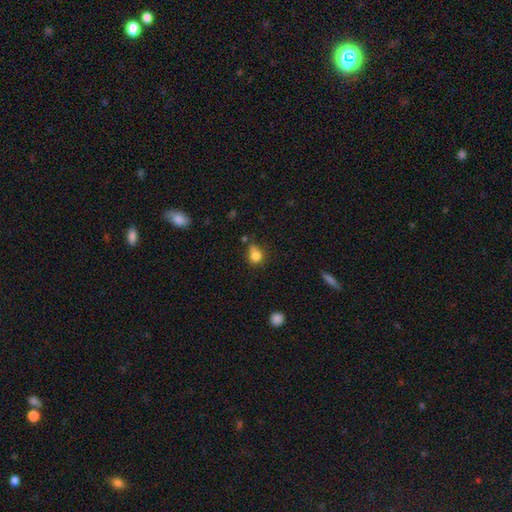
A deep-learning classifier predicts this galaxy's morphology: A smooth galaxy with no disk features (81%) that is round (71%).

Vote fractions:
- Smooth or featured? smooth: 81% / star or artifact: 12% / featured or disk: 8%
- How rounded? round: 71% / in between: 27% / cigar-shaped: 1%
- Merging? none: 52% / minor disturbance: 26% / merger: 13% / major disturbance: 8%